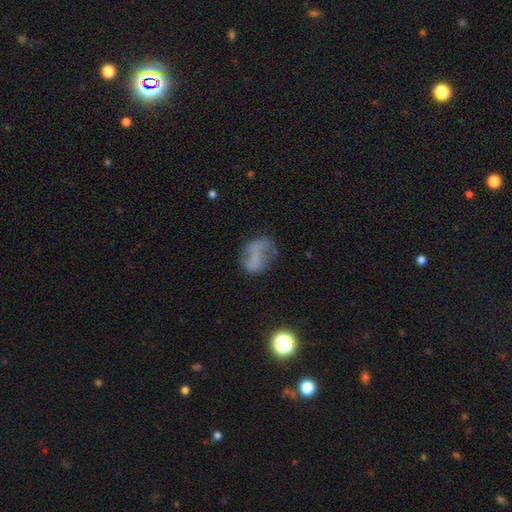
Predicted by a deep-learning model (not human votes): Overall: smooth (44%; featured or disk 41%). Merging: none (45%; minor disturbance 26%).